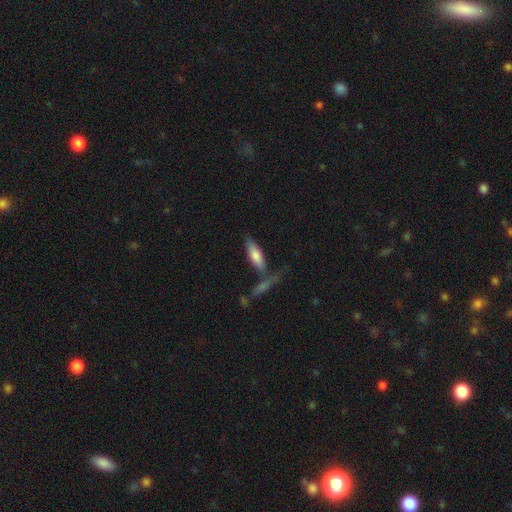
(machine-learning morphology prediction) A smooth galaxy with no disk features (70%) that is in between round and cigar-shaped (50%). Merging: none (55%).